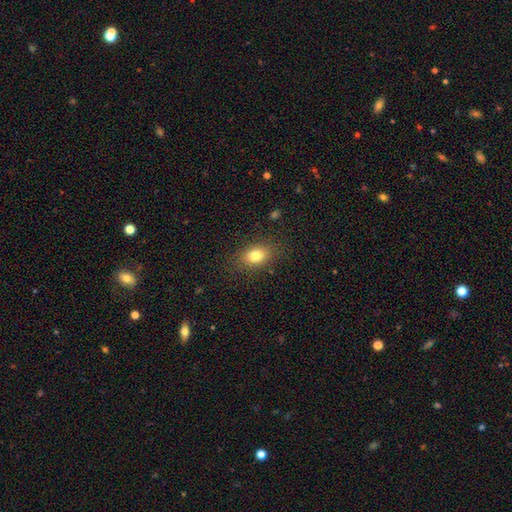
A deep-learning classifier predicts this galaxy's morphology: Smooth or featured: smooth — 79% (star or artifact — 11%)
How rounded: in between — 71% (round — 27%)
Merging: none — 84% (minor disturbance — 11%)